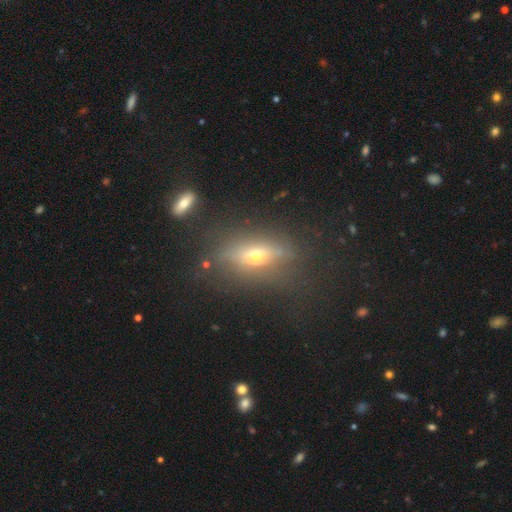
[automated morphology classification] Q: Smooth or featured?
A: featured or disk (52%); runner-up: smooth (33%)
Q: Edge-on disk?
A: yes (69%); runner-up: no (31%)
Q: Merging?
A: none (70%); runner-up: minor disturbance (16%)